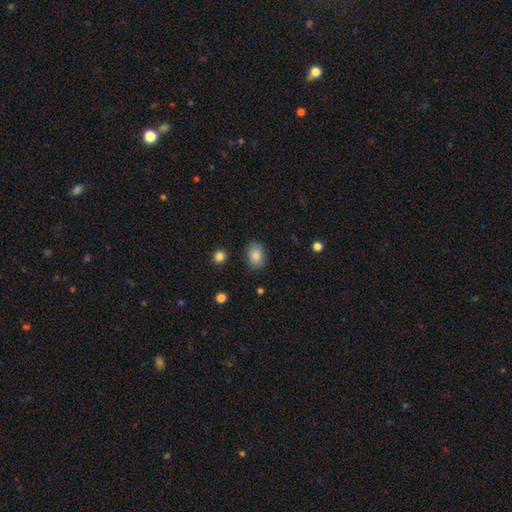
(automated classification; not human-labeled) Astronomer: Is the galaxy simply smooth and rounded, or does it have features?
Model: smooth — 85%.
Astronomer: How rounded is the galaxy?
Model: in between — 72%.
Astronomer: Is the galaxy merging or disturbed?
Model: none — 86%.